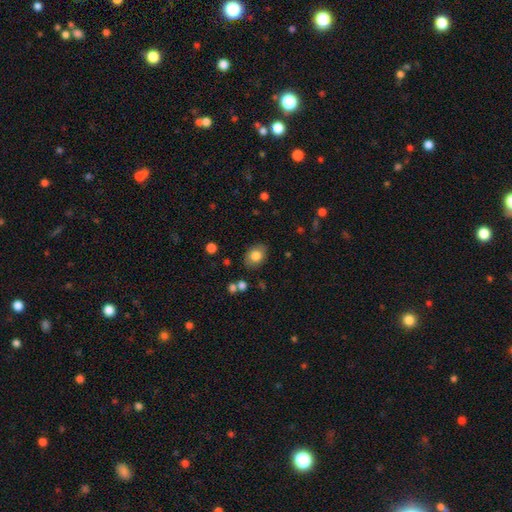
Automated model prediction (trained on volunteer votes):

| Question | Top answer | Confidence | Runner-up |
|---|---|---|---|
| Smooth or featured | smooth | 80% | featured or disk (11%) |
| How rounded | in between | 66% | round (33%) |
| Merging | none | 83% | minor disturbance (11%) |